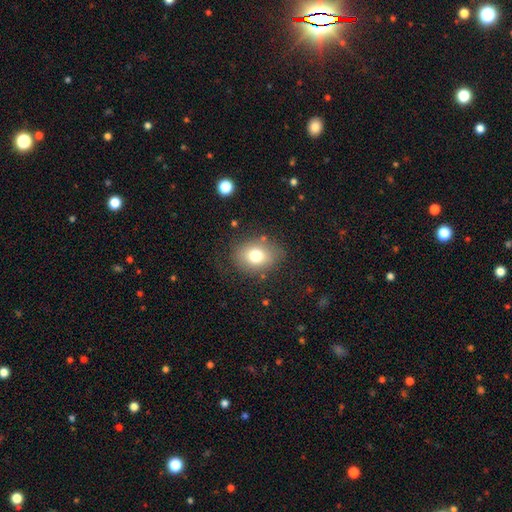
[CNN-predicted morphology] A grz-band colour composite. It shows a smooth galaxy with no disk features (75%) that is in between round and cigar-shaped (54%). Merging: none (77%).